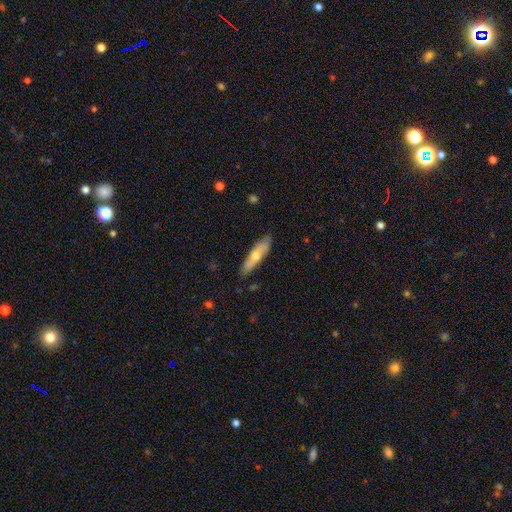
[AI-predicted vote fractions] A featured or disk galaxy (48%).

Vote fractions:
- Smooth or featured? featured or disk: 48% / smooth: 46% / star or artifact: 7%
- Merging? none: 86% / minor disturbance: 11% / major disturbance: 2% / merger: 1%